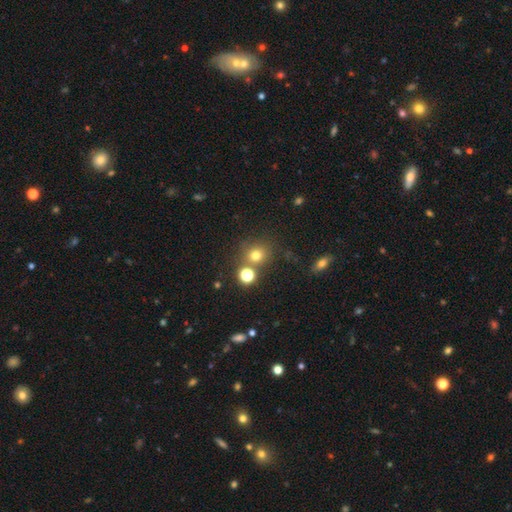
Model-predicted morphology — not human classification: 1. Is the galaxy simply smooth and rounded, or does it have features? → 72% smooth, 20% star or artifact, 8% featured or disk.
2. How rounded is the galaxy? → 85% round, 14% in between, 1% cigar-shaped.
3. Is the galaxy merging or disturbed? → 69% none, 16% merger, 10% minor disturbance, 5% major disturbance.